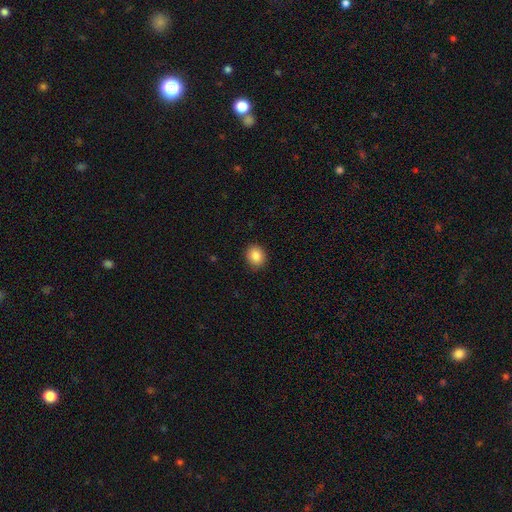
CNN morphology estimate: This appears to be a smooth galaxy with no disk features (87%) that is round (71%). Merging: none (89%).